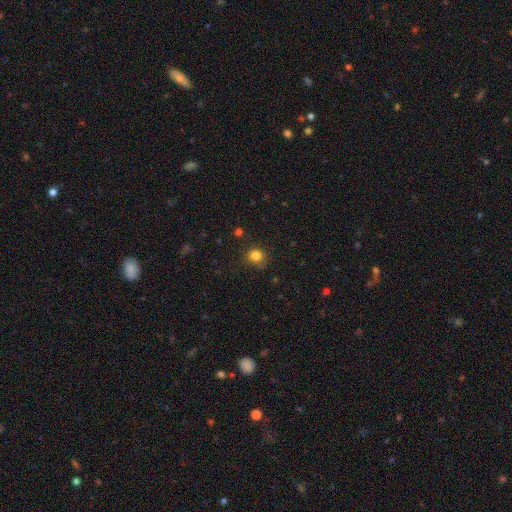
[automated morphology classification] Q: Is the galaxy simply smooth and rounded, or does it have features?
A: smooth — 83%.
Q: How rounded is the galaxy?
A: round — 84%.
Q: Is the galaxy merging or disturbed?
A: none — 83%.